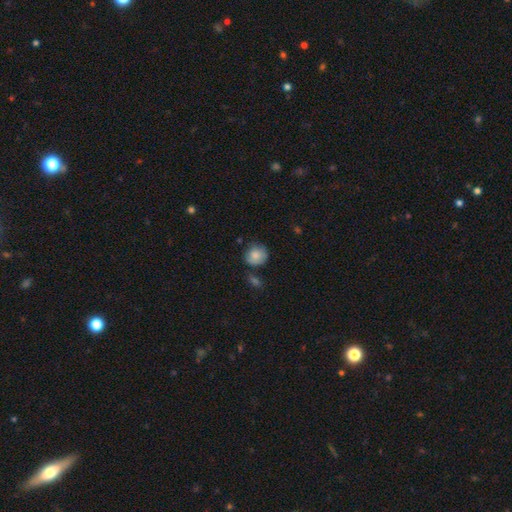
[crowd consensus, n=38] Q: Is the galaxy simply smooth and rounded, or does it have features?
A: smooth — 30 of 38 (79%).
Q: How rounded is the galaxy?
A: round — 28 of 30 (93%).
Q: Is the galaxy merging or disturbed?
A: none — 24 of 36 (67%).